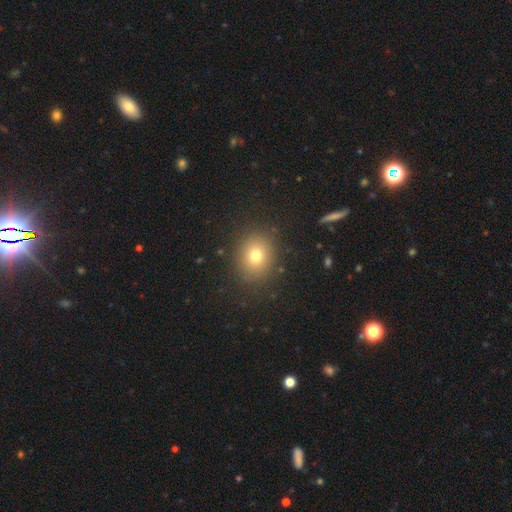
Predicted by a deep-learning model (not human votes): Overall: smooth (75%). How rounded: round (60%; in between 39%). Merging: none (87%).